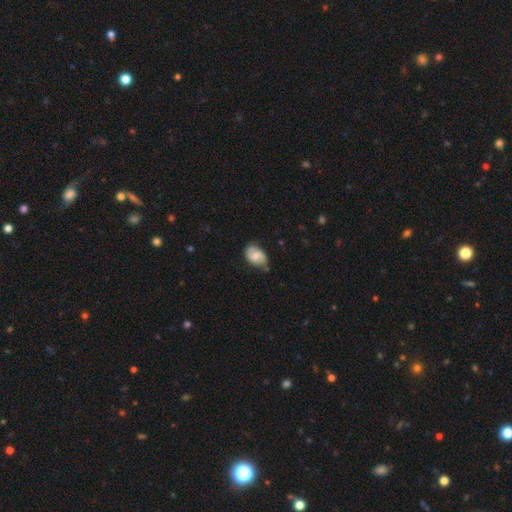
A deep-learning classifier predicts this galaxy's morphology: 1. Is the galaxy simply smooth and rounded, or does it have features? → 47% featured or disk, 46% smooth, 7% star or artifact.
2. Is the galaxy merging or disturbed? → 62% none, 29% minor disturbance, 7% major disturbance, 2% merger.